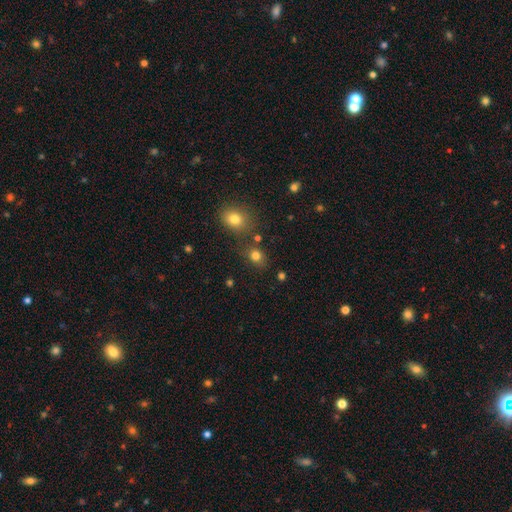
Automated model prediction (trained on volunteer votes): This is likely a smooth galaxy (79%). How rounded: possibly round (56%). Merging: likely none (71%).